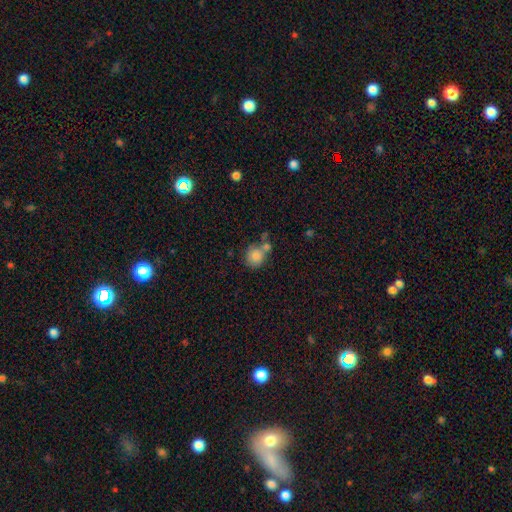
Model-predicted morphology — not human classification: A smooth galaxy with no disk features (82%) that is round (83%). Merging: none (44%).